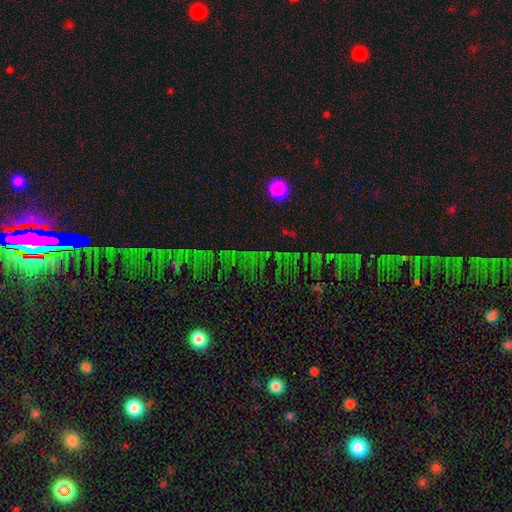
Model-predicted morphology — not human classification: Smooth or featured?
  - star or artifact: 68% *
  - smooth: 22%
  - featured or disk: 11%